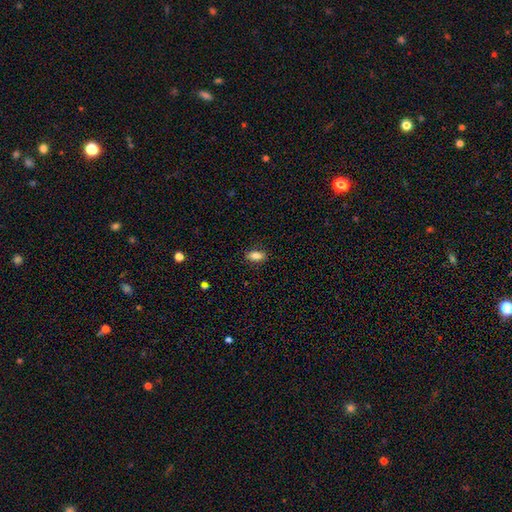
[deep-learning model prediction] This is clearly a smooth galaxy (82%). How rounded: clearly in between (85%). Merging: clearly none (86%).